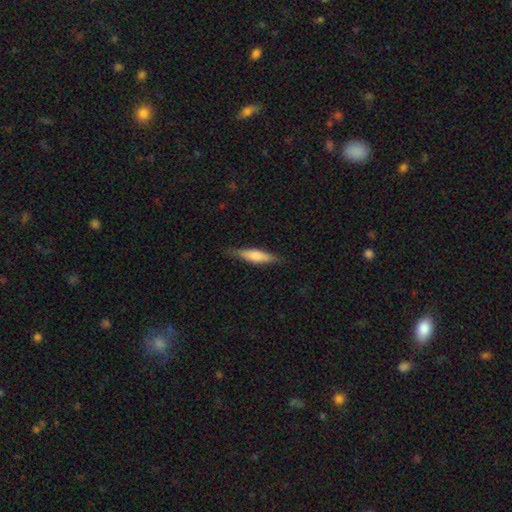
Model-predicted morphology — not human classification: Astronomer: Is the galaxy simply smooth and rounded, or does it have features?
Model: smooth — 65%.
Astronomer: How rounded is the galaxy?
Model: cigar-shaped — 72%.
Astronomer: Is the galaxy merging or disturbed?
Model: none — 82%.